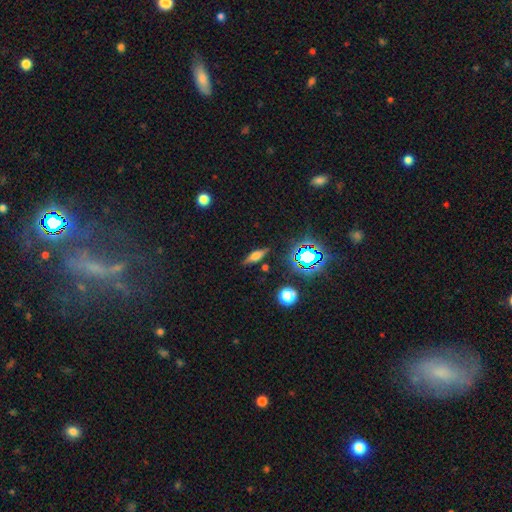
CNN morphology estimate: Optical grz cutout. It shows a smooth galaxy with no disk features (47%). Merging: none (82%).